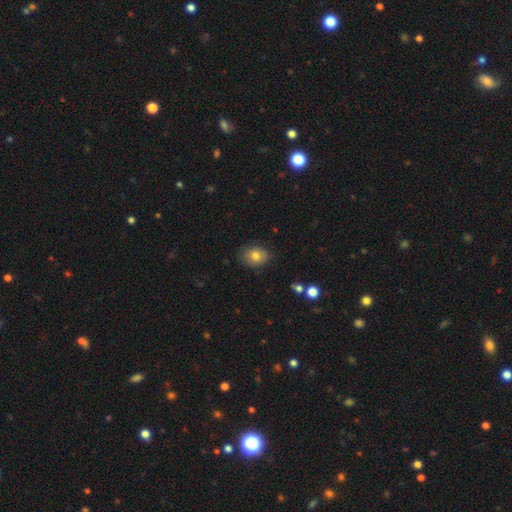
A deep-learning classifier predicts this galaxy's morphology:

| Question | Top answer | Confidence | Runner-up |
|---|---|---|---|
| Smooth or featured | smooth | 78% | featured or disk (12%) |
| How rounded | in between | 58% | round (41%) |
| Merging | none | 78% | minor disturbance (17%) |